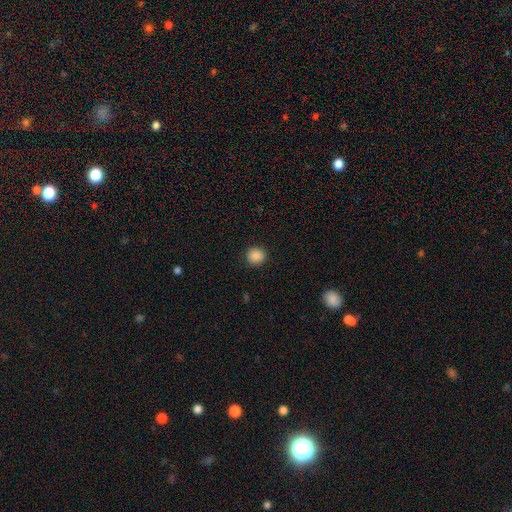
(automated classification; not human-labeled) A smooth galaxy with no disk features (88%) that is round (90%). Merging: none (92%).